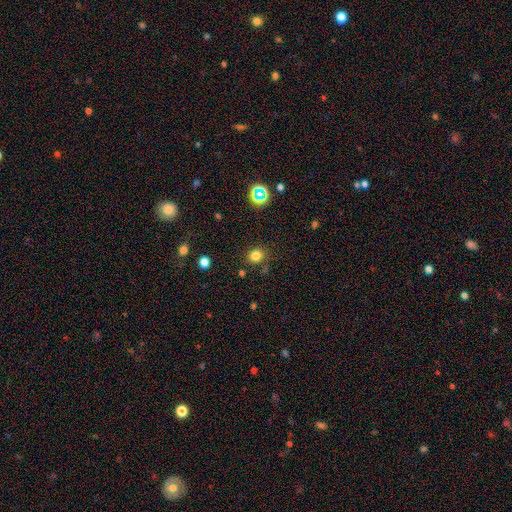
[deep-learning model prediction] Smooth or featured?
  - smooth: 78% *
  - star or artifact: 16%
  - featured or disk: 6%
How rounded?
  - round: 78% *
  - in between: 21%
  - cigar-shaped: 1%
Merging?
  - none: 83% *
  - minor disturbance: 10%
  - merger: 4%
  - major disturbance: 3%